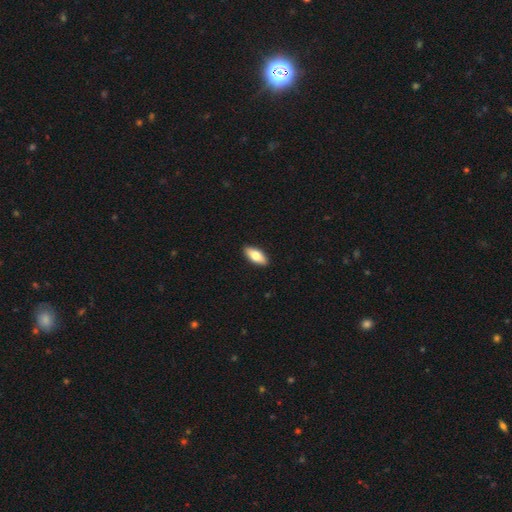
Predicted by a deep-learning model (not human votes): smooth-or-featured: smooth: 74% | featured or disk: 20% | star or artifact: 6%
  how-rounded: in between: 82% | cigar-shaped: 15% | round: 2%
  merging: none: 91% | minor disturbance: 7% | major disturbance: 1% | merger: 1%